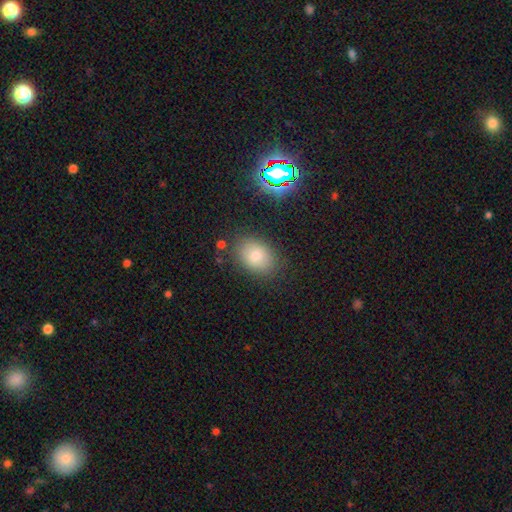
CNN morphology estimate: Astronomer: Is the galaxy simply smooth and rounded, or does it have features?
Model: smooth — 79%.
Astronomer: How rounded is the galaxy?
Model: in between — 74%.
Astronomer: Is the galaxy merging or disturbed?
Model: none — 81%.